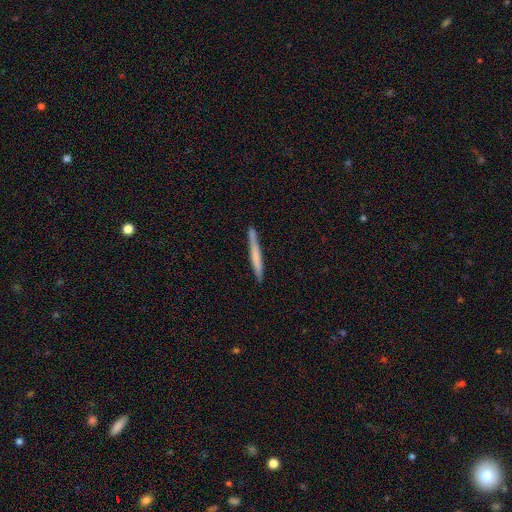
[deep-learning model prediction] Morphology: type=smooth (62%); roundness=cigar-shaped (97%); merging=none (86%).